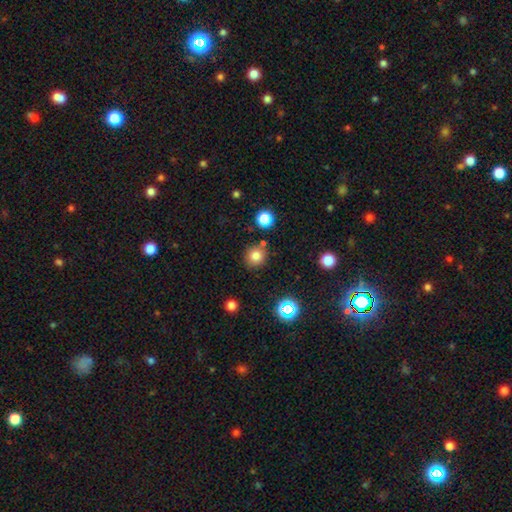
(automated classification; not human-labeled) Smooth or featured?
  - smooth: 79% *
  - star or artifact: 15%
  - featured or disk: 7%
How rounded?
  - round: 87% *
  - in between: 12%
  - cigar-shaped: 1%
Merging?
  - none: 81% *
  - minor disturbance: 9%
  - merger: 7%
  - major disturbance: 3%